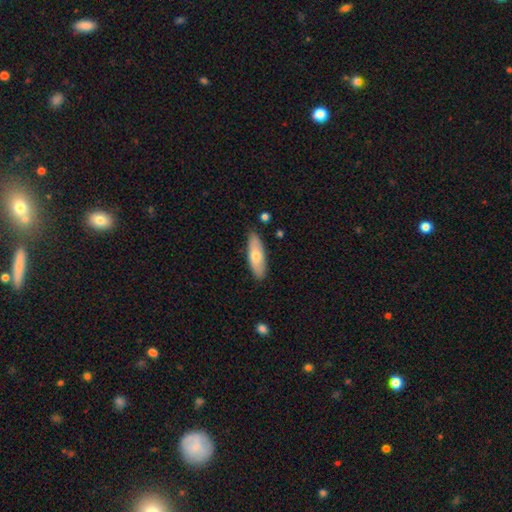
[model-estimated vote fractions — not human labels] This appears to be a smooth galaxy with no disk features (67%) that is in between round and cigar-shaped (59%). Merging: none (86%).